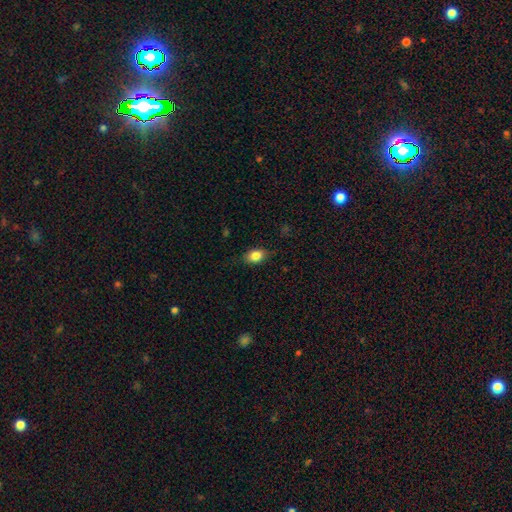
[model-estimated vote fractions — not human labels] Smooth or featured: smooth — 84% (star or artifact — 9%)
How rounded: in between — 76% (round — 22%)
Merging: none — 83% (minor disturbance — 13%)